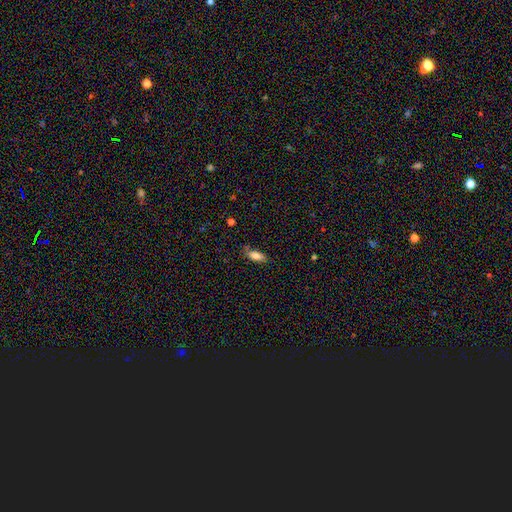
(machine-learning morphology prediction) Smooth or featured?
  - smooth: 80% *
  - featured or disk: 12%
  - star or artifact: 8%
How rounded?
  - in between: 74% *
  - cigar-shaped: 24%
  - round: 3%
Merging?
  - none: 75% *
  - minor disturbance: 19%
  - major disturbance: 4%
  - merger: 2%